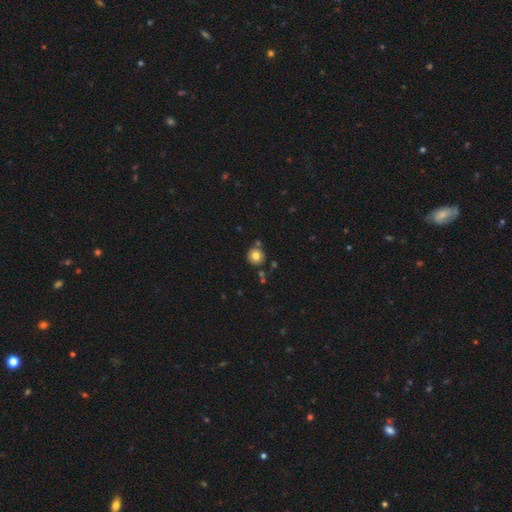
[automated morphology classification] Q: Smooth or featured?
A: smooth (79%); runner-up: star or artifact (11%)
Q: How rounded?
A: round (91%); runner-up: in between (9%)
Q: Merging?
A: none (75%); runner-up: minor disturbance (11%)